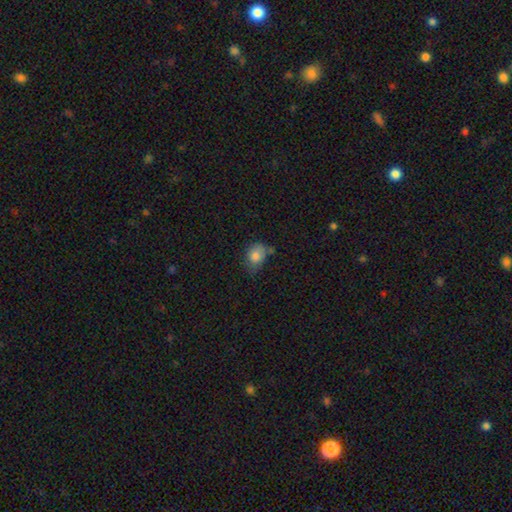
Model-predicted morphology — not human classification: smooth_or_featured: smooth (p=0.82) [alt: featured or disk p=0.10]
how_rounded: in between (p=0.61) [alt: round p=0.38]
merging: none (p=0.47) [alt: minor disturbance p=0.34]